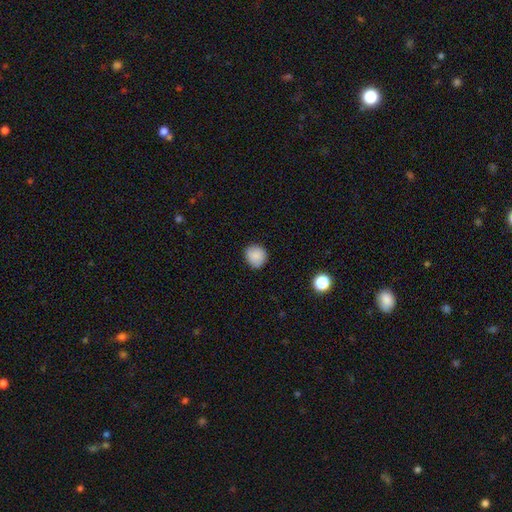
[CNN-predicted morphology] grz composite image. It shows a smooth galaxy with no disk features (86%) that is round (86%). Merging: none (86%).